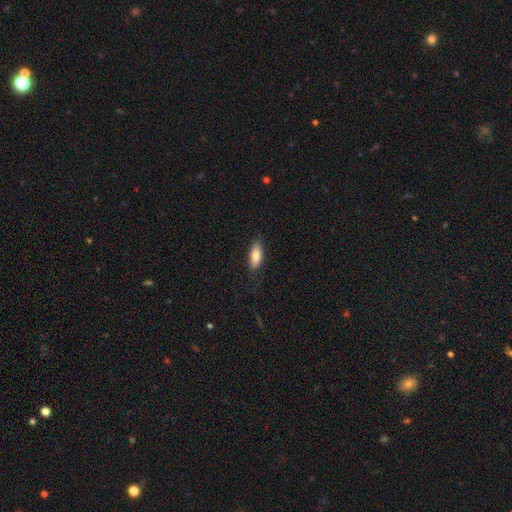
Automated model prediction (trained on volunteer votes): smooth 81%, featured or disk 12%, star or artifact 6%. Down the decision tree: how rounded — in between (76%); merging — none (81%).